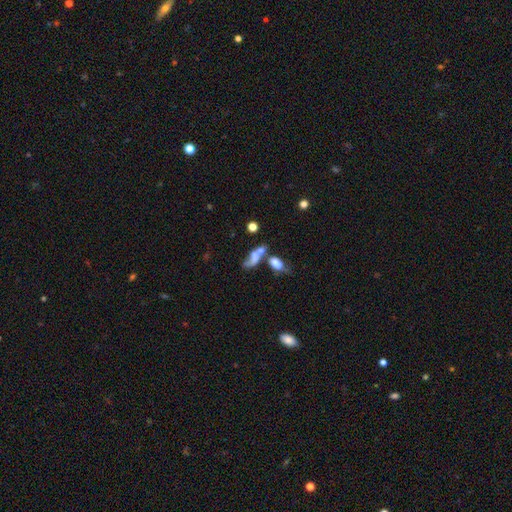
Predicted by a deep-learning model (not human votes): Smooth or featured? Predicted: smooth (p=0.54). How rounded? Predicted: in between (p=0.70). Merging? Predicted: merger (p=0.52).